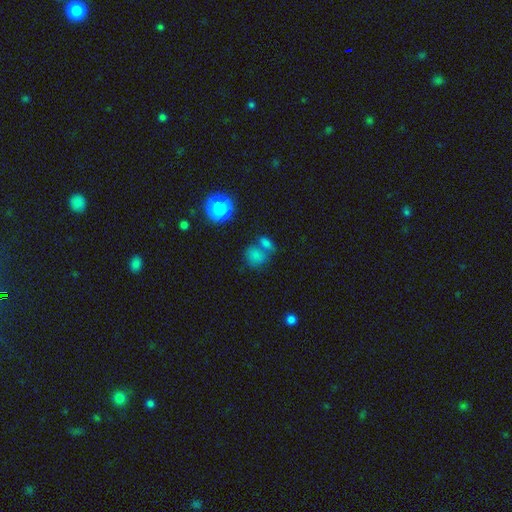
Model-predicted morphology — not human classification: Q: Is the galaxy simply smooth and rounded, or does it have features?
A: smooth — 74%.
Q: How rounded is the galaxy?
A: round — 63%.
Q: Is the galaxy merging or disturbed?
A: none — 43%.